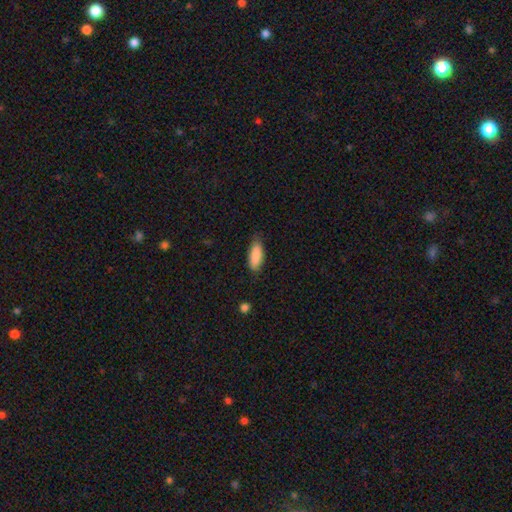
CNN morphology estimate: type=smooth (88%); roundness=in between (78%); merging=none (79%).